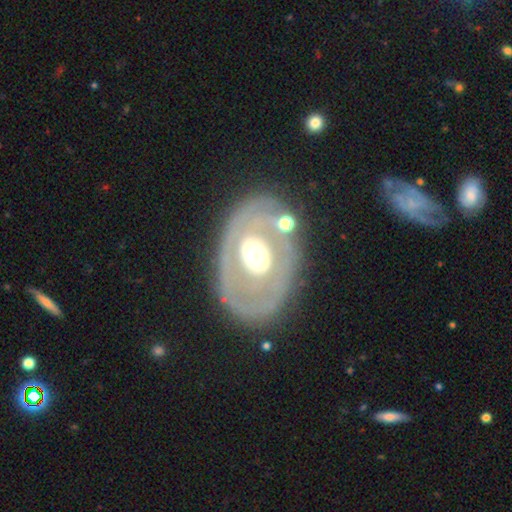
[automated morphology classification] A featured or disk galaxy (69%) with no bar (67%), no spiral arms (69%) and a moderate central bulge (59%). Merging: none (71%).